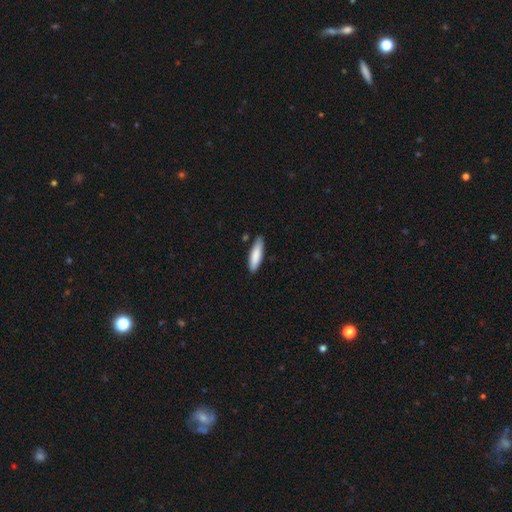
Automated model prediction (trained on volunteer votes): smooth-or-featured: smooth: 86% | featured or disk: 9% | star or artifact: 5%
  how-rounded: cigar-shaped: 61% | in between: 37% | round: 1%
  merging: none: 84% | minor disturbance: 12% | merger: 2% | major disturbance: 2%